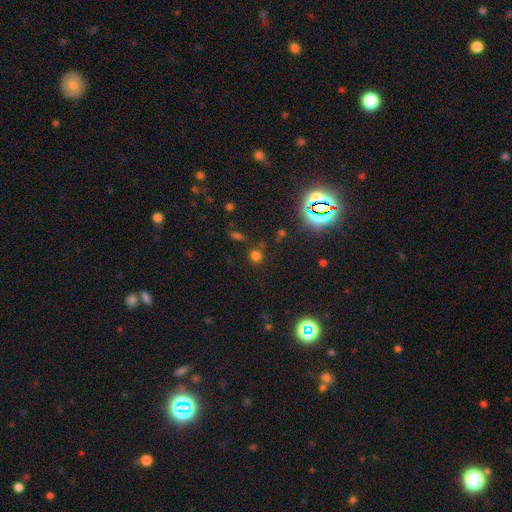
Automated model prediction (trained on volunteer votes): Smooth or featured? smooth (63%)
How rounded? round (86%)
Merging? none (75%)